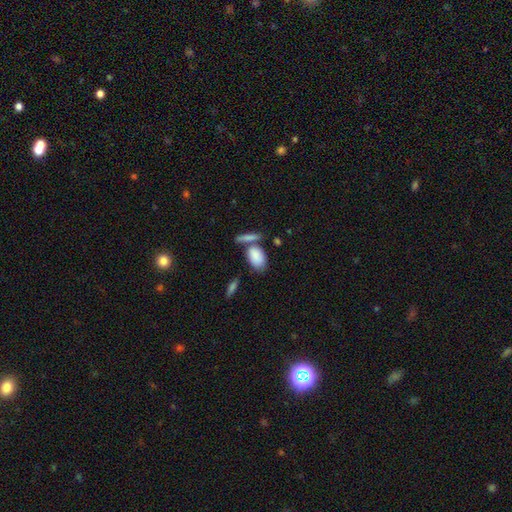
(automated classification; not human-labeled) smooth_or_featured: smooth (p=0.84) [alt: featured or disk p=0.10]
how_rounded: in between (p=0.89) [alt: round p=0.07]
merging: none (p=0.52) [alt: merger p=0.29]